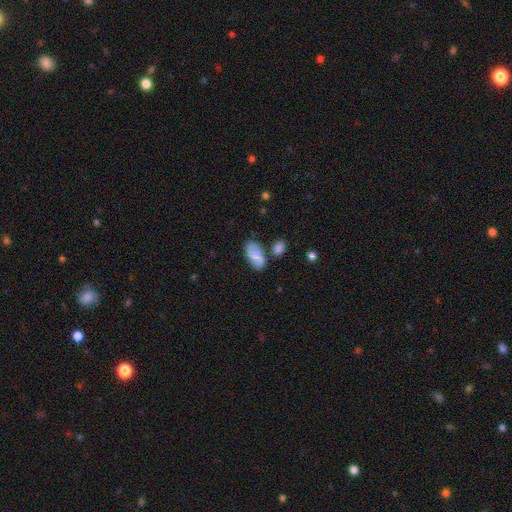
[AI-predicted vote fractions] Morphology: type=smooth (65%); roundness=in between (93%); merging=none (65%).